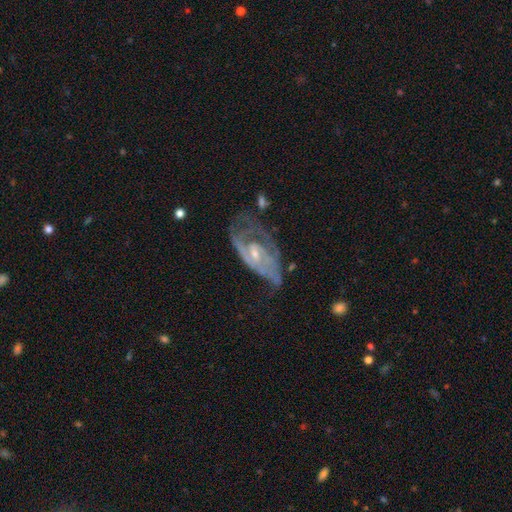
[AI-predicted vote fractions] Smooth or featured?
  - featured or disk: 79% *
  - smooth: 13%
  - star or artifact: 8%
Edge-on disk?
  - no: 93% *
  - yes: 7%
Bar?
  - no: 52% *
  - weak: 38%
  - strong: 9%
Spiral arms?
  - yes: 79% *
  - no: 21%
Spiral winding?
  - tight: 43% *
  - medium: 39%
  - loose: 18%
Spiral arm count?
  - 2: 44% *
  - can't tell: 34%
  - 1: 10%
  - 3: 7%
  - 4: 3%
  - more than 4: 2%
Bulge size?
  - small: 58% *
  - moderate: 35%
  - none: 4%
  - large: 2%
  - dominant: 1%
Merging?
  - none: 38% *
  - major disturbance: 32%
  - minor disturbance: 25%
  - merger: 5%